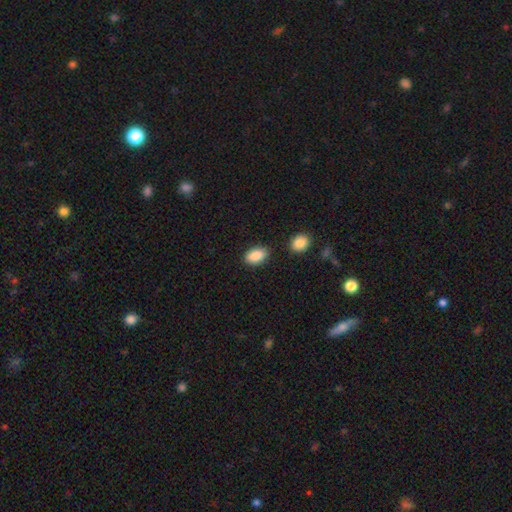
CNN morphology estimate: Smooth or featured?
  - smooth: 89% *
  - star or artifact: 7%
  - featured or disk: 4%
How rounded?
  - in between: 92% *
  - round: 6%
  - cigar-shaped: 2%
Merging?
  - none: 82% *
  - minor disturbance: 11%
  - merger: 4%
  - major disturbance: 3%